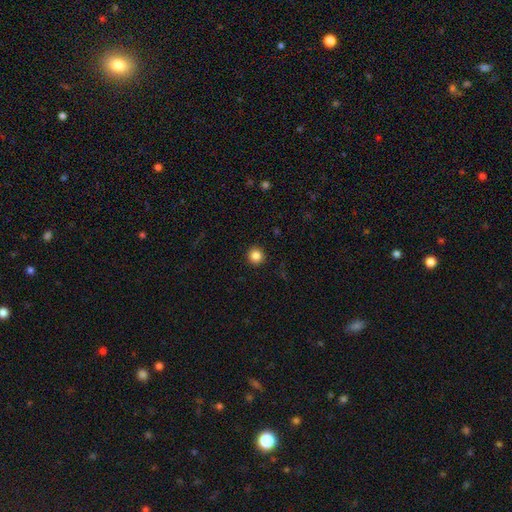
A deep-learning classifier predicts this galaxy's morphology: Smooth or featured? smooth (86%)
How rounded? round (95%)
Merging? none (92%)